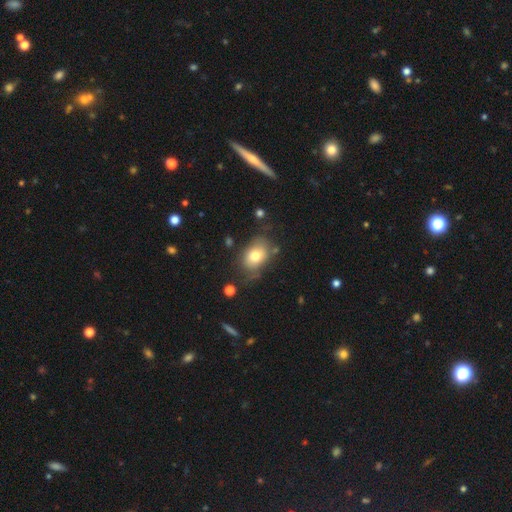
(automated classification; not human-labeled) Morphology: type=smooth (76%); roundness=in between (71%); merging=none (64%).